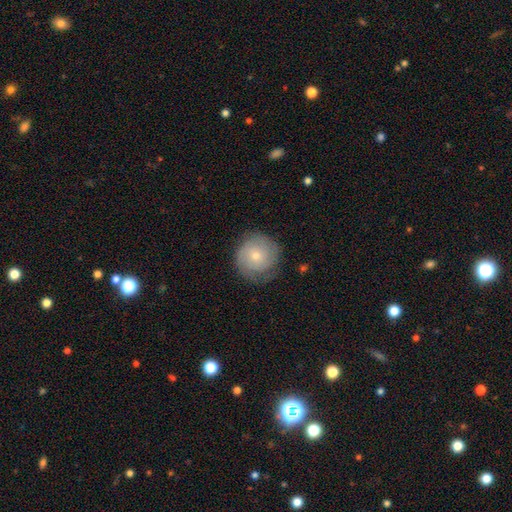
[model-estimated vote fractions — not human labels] Smooth or featured: featured or disk — 48% (smooth — 45%)
Merging: none — 74% (minor disturbance — 19%)